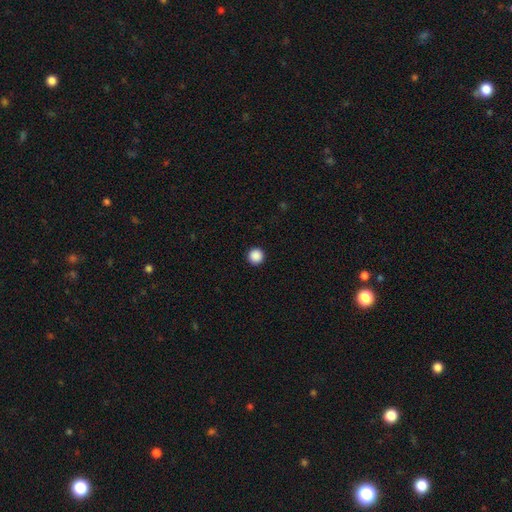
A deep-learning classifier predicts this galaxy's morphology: smooth 89%, star or artifact 9%, featured or disk 2%. Down the decision tree: how rounded — round (97%); merging — none (94%).